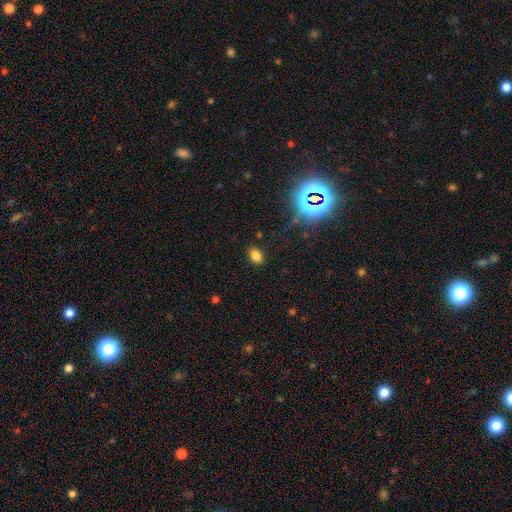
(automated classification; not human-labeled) Overall: smooth (78%). How rounded: in between (80%). Merging: none (87%).